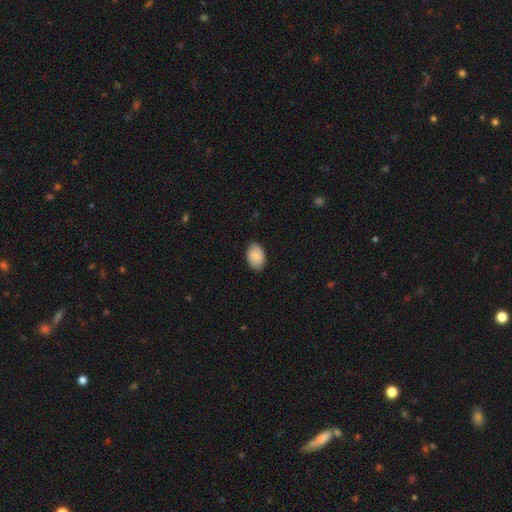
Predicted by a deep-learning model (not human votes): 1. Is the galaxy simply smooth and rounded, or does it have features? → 85% smooth, 9% featured or disk, 6% star or artifact.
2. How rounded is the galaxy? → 87% in between, 12% round, 1% cigar-shaped.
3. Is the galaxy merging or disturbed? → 82% none, 14% minor disturbance, 3% major disturbance, 1% merger.